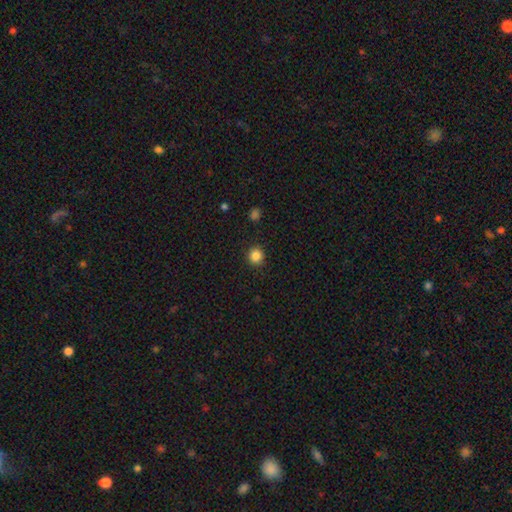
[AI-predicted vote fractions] smooth_or_featured: smooth (p=0.86) [alt: star or artifact p=0.11]
how_rounded: round (p=0.92) [alt: in between p=0.07]
merging: none (p=0.91) [alt: minor disturbance p=0.06]